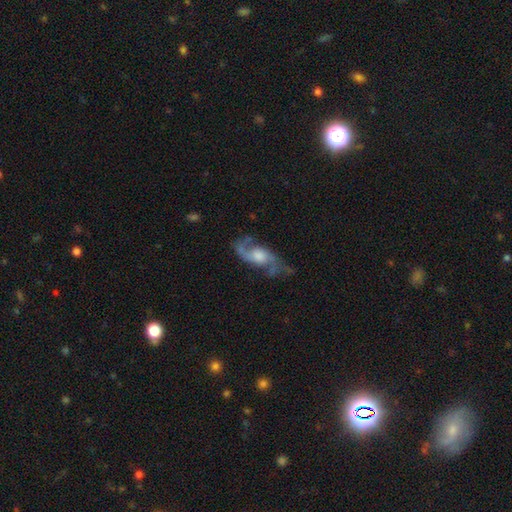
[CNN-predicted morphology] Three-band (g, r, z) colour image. It shows a featured or disk galaxy (84%) with no bar (62%), 2 (84%) medium (45%) spiral arms (95%) and a moderate central bulge (44%). Merging: none (68%).